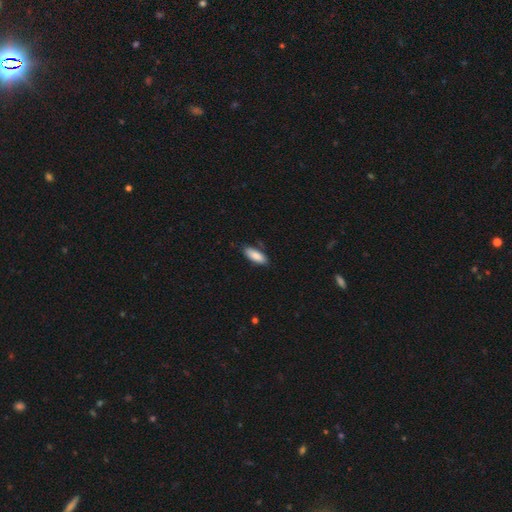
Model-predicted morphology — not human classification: Q: Smooth or featured?
A: smooth (87%); runner-up: featured or disk (7%)
Q: How rounded?
A: in between (72%); runner-up: cigar-shaped (26%)
Q: Merging?
A: none (82%); runner-up: minor disturbance (14%)